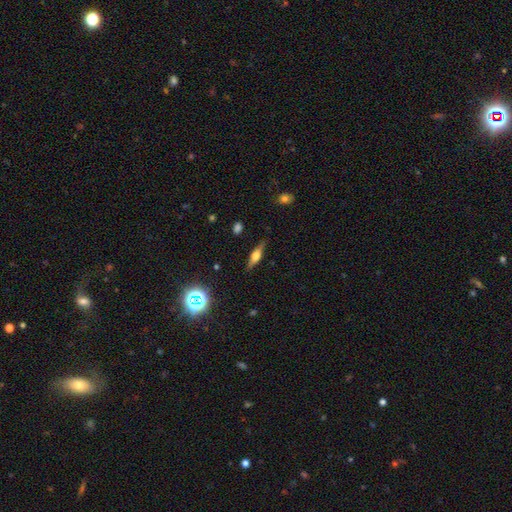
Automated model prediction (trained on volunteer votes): Smooth or featured?
  - featured or disk: 58% *
  - smooth: 33%
  - star or artifact: 9%
Edge-on disk?
  - yes: 95% *
  - no: 5%
Edge-on bulge?
  - rounded: 85% *
  - boxy: 12%
  - none: 2%
Merging?
  - none: 85% *
  - minor disturbance: 11%
  - major disturbance: 2%
  - merger: 1%